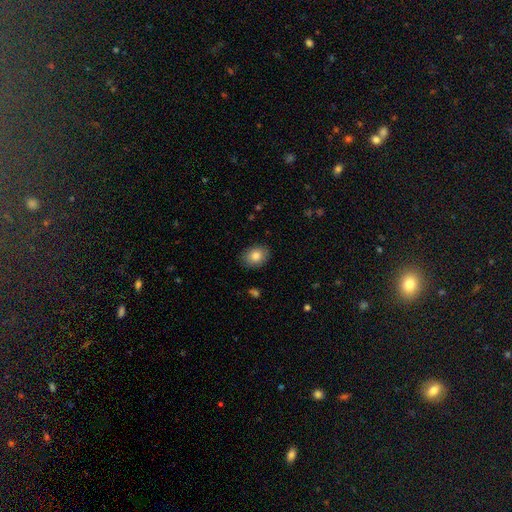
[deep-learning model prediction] This is clearly a smooth galaxy (84%). How rounded: likely in between (62%). Merging: clearly none (87%).